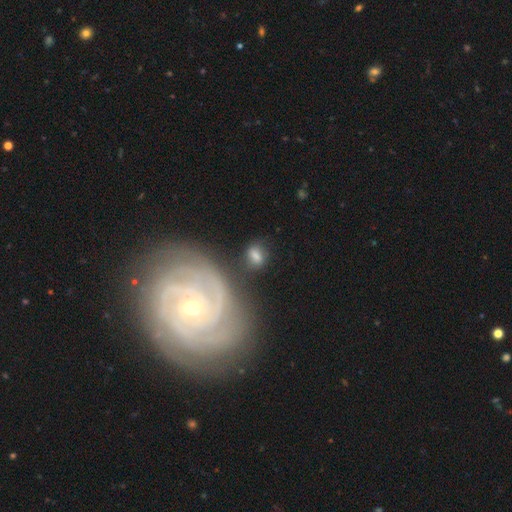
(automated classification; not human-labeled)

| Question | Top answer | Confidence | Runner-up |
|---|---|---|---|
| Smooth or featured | smooth | 68% | featured or disk (21%) |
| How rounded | in between | 64% | round (33%) |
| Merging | none | 63% | minor disturbance (18%) |